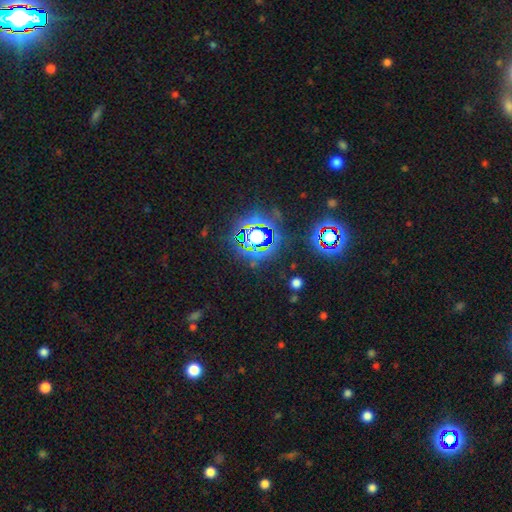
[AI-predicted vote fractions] Smooth or featured?
  - star or artifact: 83% *
  - smooth: 11%
  - featured or disk: 7%